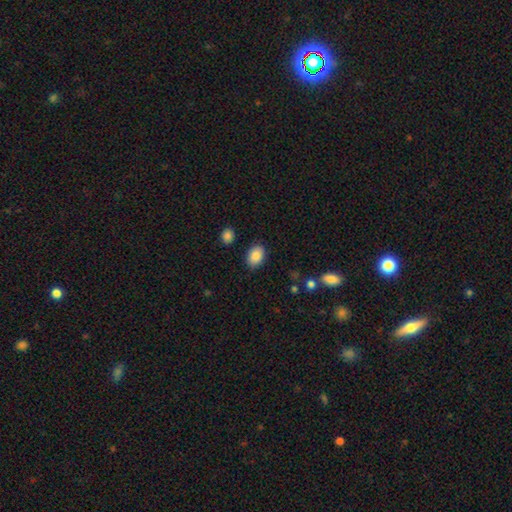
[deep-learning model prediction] Smooth or featured? smooth (87%)
How rounded? in between (83%)
Merging? none (87%)